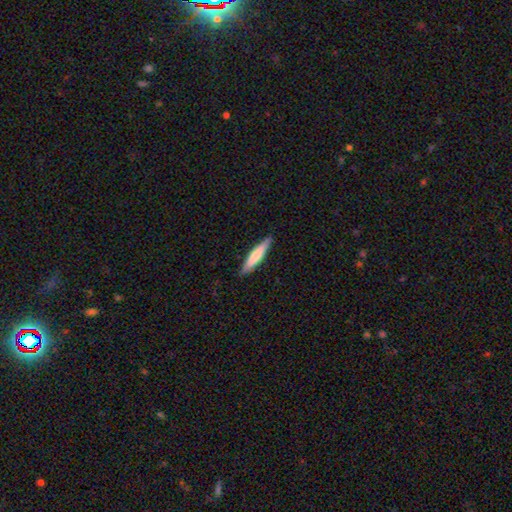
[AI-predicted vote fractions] Smooth or featured?
  - smooth: 71% *
  - featured or disk: 25%
  - star or artifact: 5%
How rounded?
  - cigar-shaped: 90% *
  - in between: 9%
  - round: 1%
Merging?
  - none: 89% *
  - minor disturbance: 9%
  - major disturbance: 1%
  - merger: 1%